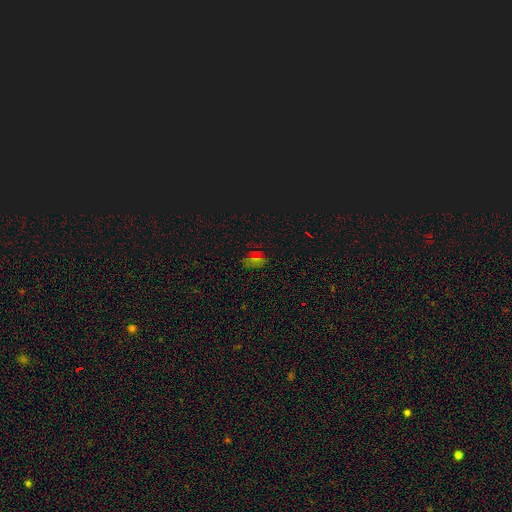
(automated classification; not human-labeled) smooth_or_featured: star or artifact (p=0.55) [alt: smooth p=0.34]